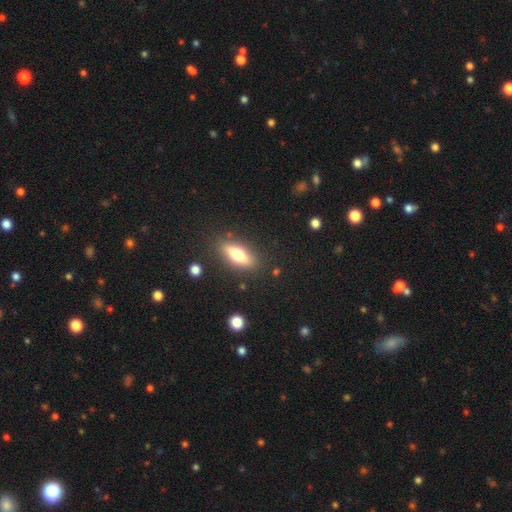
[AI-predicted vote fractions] This is likely a smooth galaxy (64%). How rounded: likely in between (78%). Merging: clearly none (86%).